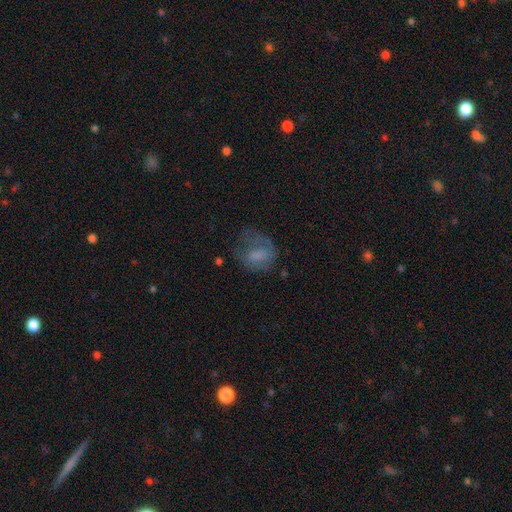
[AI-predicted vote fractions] Q: Smooth or featured?
A: smooth (58%); runner-up: featured or disk (30%)
Q: How rounded?
A: in between (52%); runner-up: round (46%)
Q: Merging?
A: none (40%); runner-up: major disturbance (34%)